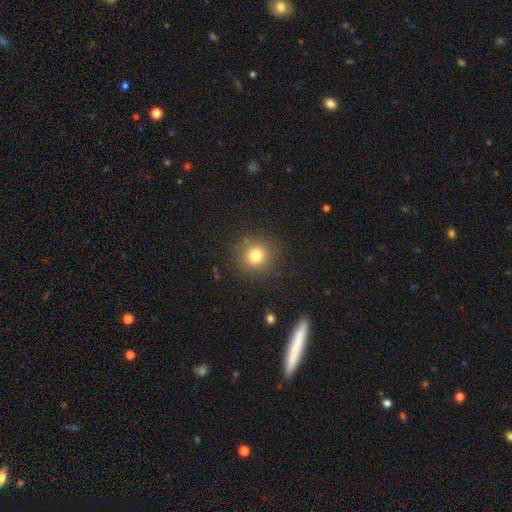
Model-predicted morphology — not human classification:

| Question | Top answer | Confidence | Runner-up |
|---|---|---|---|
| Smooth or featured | smooth | 78% | star or artifact (14%) |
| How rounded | round | 92% | in between (7%) |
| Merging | none | 85% | minor disturbance (9%) |